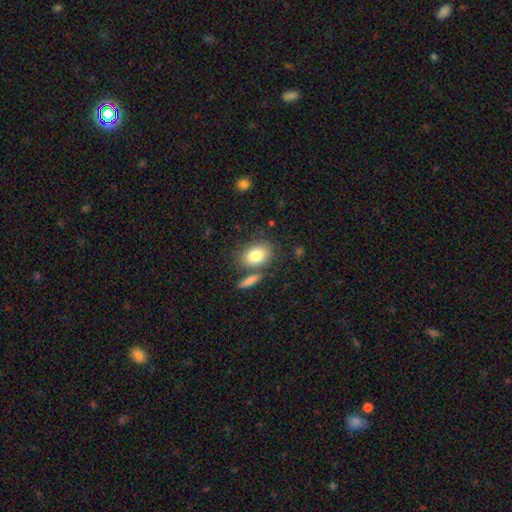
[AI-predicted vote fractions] This is clearly a smooth galaxy (81%). How rounded: likely in between (73%). Merging: likely none (67%).